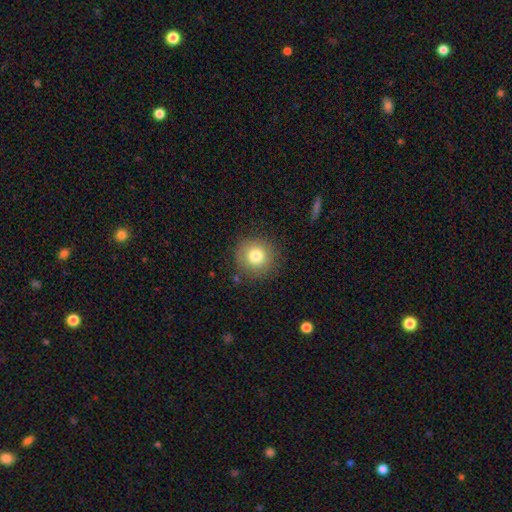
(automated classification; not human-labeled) A smooth galaxy with no disk features (79%) that is round (93%). Merging: none (86%).